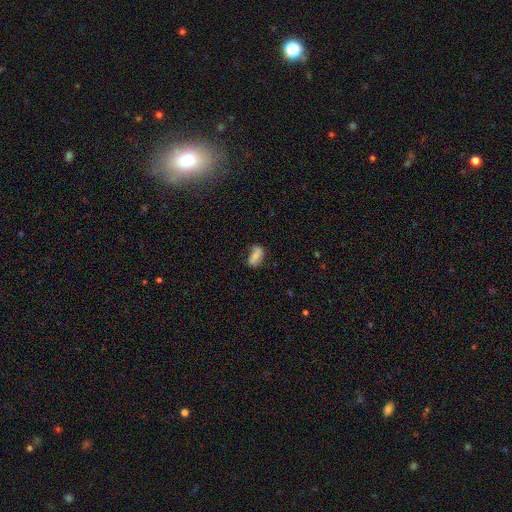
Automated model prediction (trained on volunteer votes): This appears to be a smooth galaxy with no disk features (68%) that is in between round and cigar-shaped (88%). Merging: none (53%).